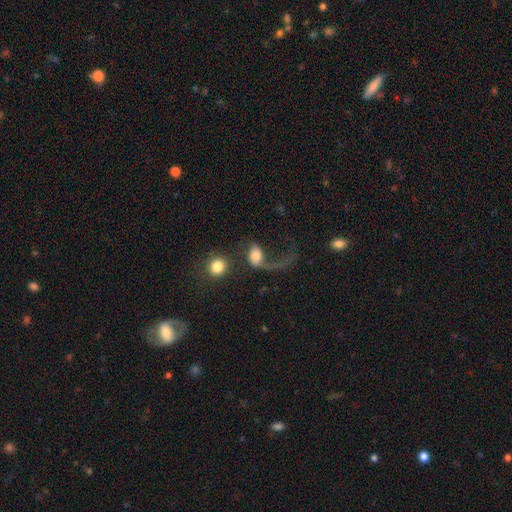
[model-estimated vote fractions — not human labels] smooth-or-featured: smooth: 47% | featured or disk: 43% | star or artifact: 10%
  merging: major disturbance: 51% | none: 20% | merger: 19% | minor disturbance: 10%